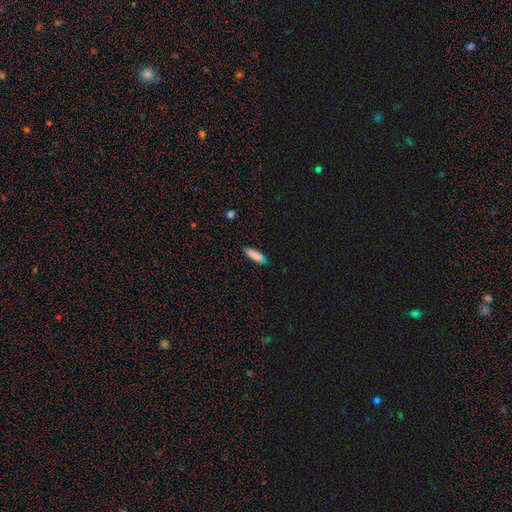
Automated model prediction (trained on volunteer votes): A smooth galaxy with no disk features (85%) that is in between round and cigar-shaped (49%, tied with cigar-shaped). Merging: none (80%).